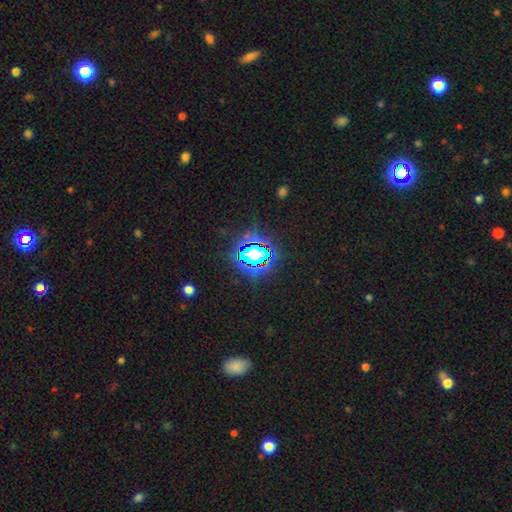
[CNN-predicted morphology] type=star or artifact (68%).